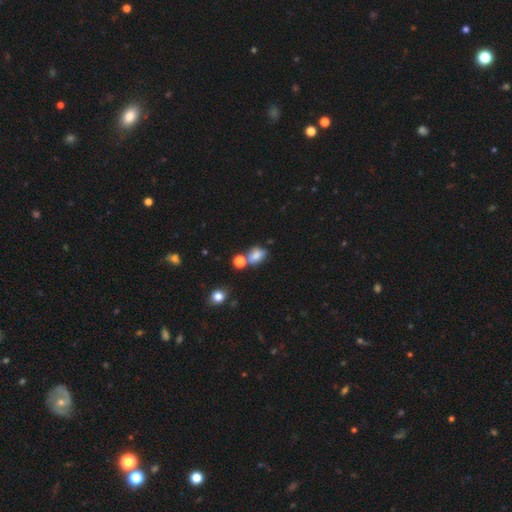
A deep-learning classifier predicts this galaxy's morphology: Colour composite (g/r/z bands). It shows a smooth galaxy with no disk features (71%) that is in between round and cigar-shaped (75%). Merging: none (45%).